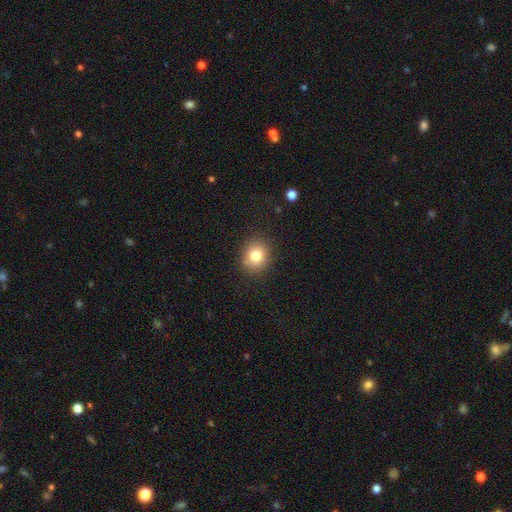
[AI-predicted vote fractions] A smooth galaxy with no disk features (80%) that is round (76%).

Vote fractions:
- Smooth or featured? smooth: 80% / star or artifact: 11% / featured or disk: 8%
- How rounded? round: 76% / in between: 23% / cigar-shaped: 1%
- Merging? none: 87% / minor disturbance: 9% / major disturbance: 3% / merger: 1%